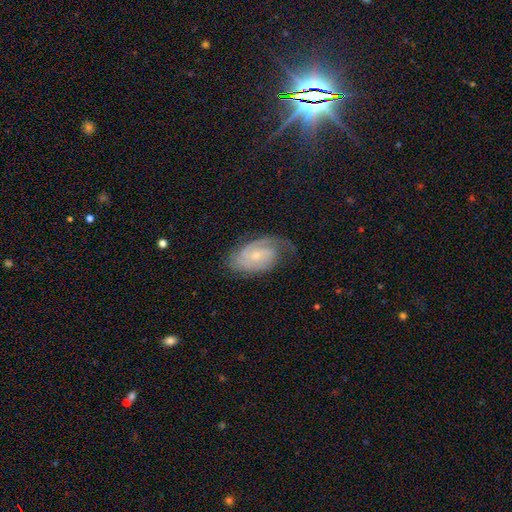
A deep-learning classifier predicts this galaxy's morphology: smooth_or_featured: featured or disk (p=0.79) [alt: smooth p=0.14]
disk_edge_on: no (p=0.96) [alt: yes p=0.04]
bar: no (p=0.67) [alt: weak p=0.28]
has_spiral_arms: yes (p=0.95) [alt: no p=0.05]
spiral_winding: tight (p=0.59) [alt: medium p=0.31]
spiral_arm_count: 2 (p=0.42) [alt: can't tell p=0.25]
bulge_size: small (p=0.70) [alt: moderate p=0.26]
merging: none (p=0.64) [alt: minor disturbance p=0.23]